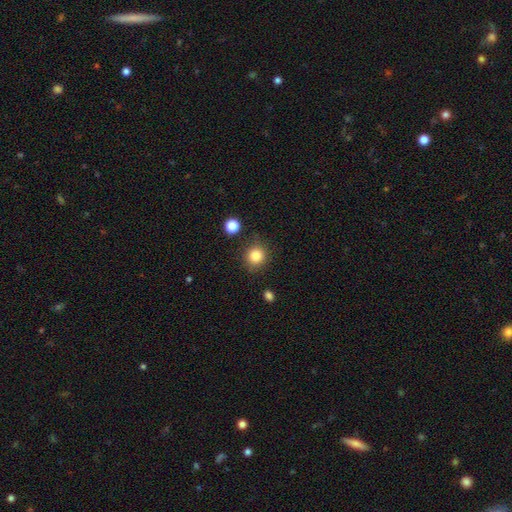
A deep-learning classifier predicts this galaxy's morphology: smooth_or_featured: smooth (p=0.84) [alt: star or artifact p=0.10]
how_rounded: round (p=0.88) [alt: in between p=0.11]
merging: none (p=0.83) [alt: minor disturbance p=0.10]